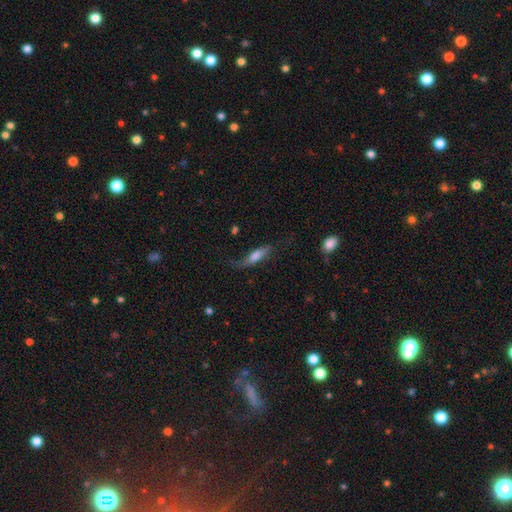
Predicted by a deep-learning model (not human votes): This appears to be a smooth galaxy with no disk features (58%) that is cigar-shaped (60%). Merging: none (47%).